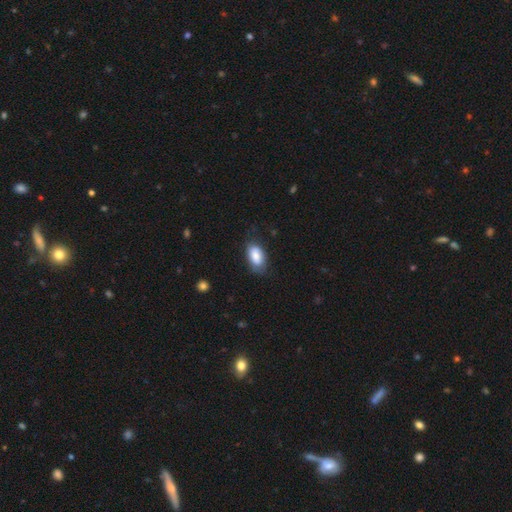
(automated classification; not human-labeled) Smooth or featured? smooth (82%)
How rounded? in between (93%)
Merging? none (70%)